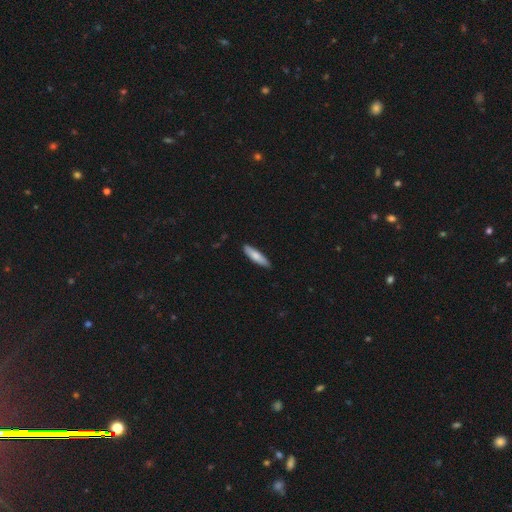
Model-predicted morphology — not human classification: smooth 78%, featured or disk 16%, star or artifact 5%. Down the decision tree: how rounded — cigar-shaped (74%); merging — none (88%).